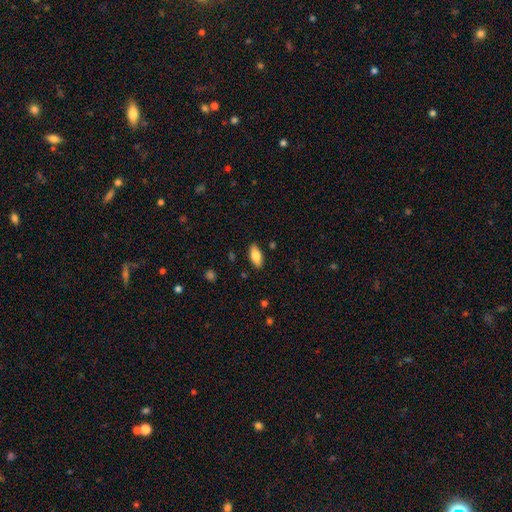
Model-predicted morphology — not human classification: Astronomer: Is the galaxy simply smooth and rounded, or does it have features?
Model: smooth — 79%.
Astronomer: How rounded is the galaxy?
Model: in between — 87%.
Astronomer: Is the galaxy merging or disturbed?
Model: none — 87%.